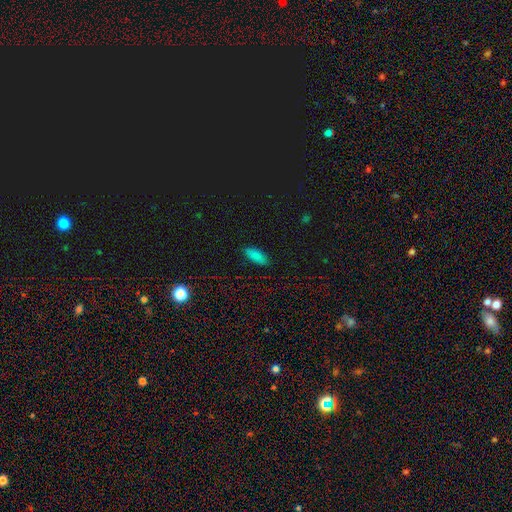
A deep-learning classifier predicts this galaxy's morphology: This appears to be a smooth galaxy with no disk features (85%) that is in between round and cigar-shaped (81%). Merging: none (88%).